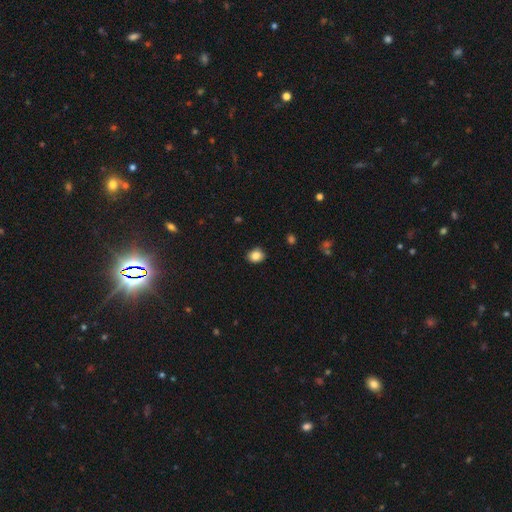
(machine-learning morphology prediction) Smooth or featured? smooth (85%)
How rounded? round (64%)
Merging? none (89%)